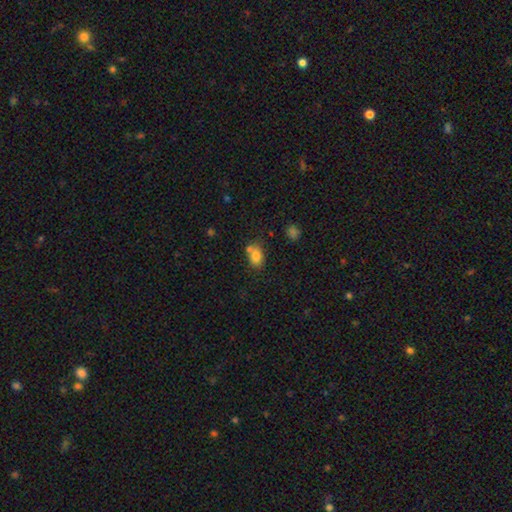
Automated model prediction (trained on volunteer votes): Smooth or featured? smooth (79%)
How rounded? in between (76%)
Merging? none (54%)